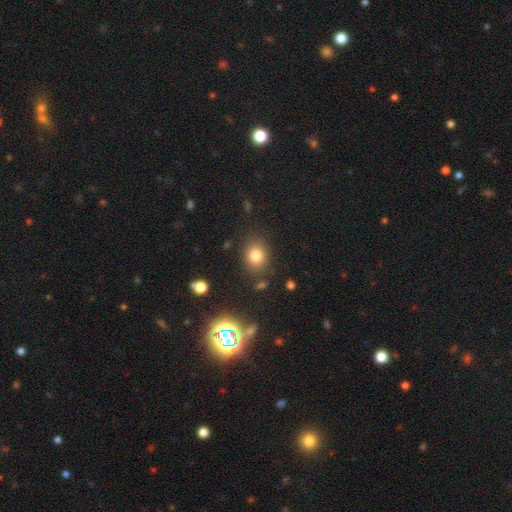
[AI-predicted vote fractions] A smooth galaxy with no disk features (78%) that is round (57%). Merging: none (81%).